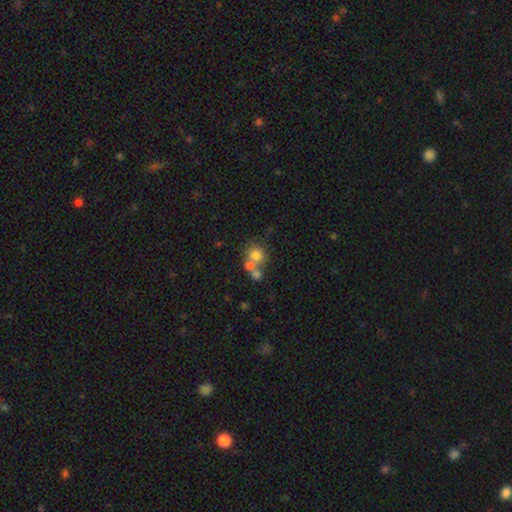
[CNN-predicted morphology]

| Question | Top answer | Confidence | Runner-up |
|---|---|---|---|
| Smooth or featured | smooth | 69% | featured or disk (17%) |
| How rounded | round | 84% | in between (15%) |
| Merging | merger | 45% | none (43%) |